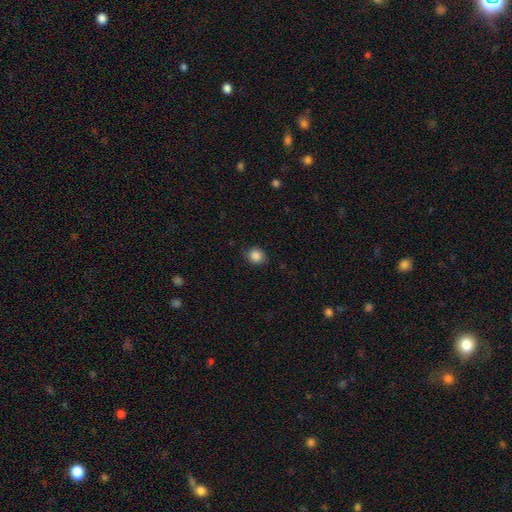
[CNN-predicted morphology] smooth 87%, star or artifact 10%, featured or disk 3%. Down the decision tree: how rounded — round (77%); merging — none (85%).